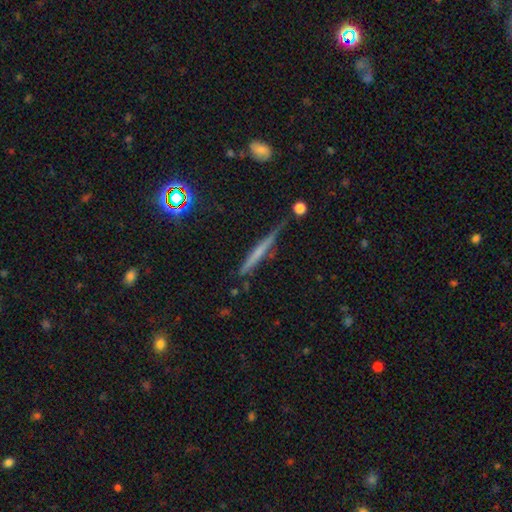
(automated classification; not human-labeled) featured or disk 49%, smooth 40%, star or artifact 11%. Down the decision tree: merging — none (77%).